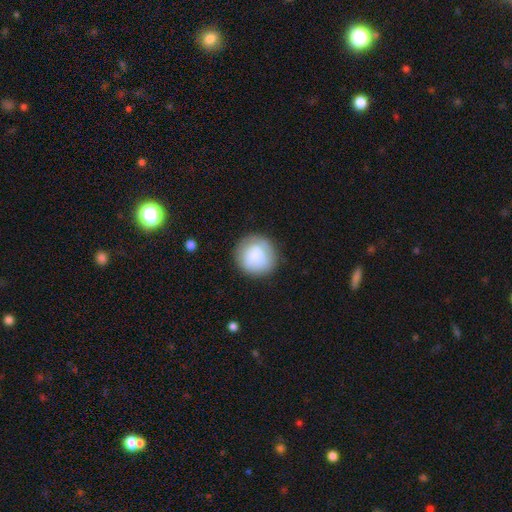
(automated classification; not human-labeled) smooth_or_featured: smooth (p=0.79) [alt: featured or disk p=0.14]
how_rounded: round (p=0.91) [alt: in between p=0.08]
merging: none (p=0.74) [alt: minor disturbance p=0.17]